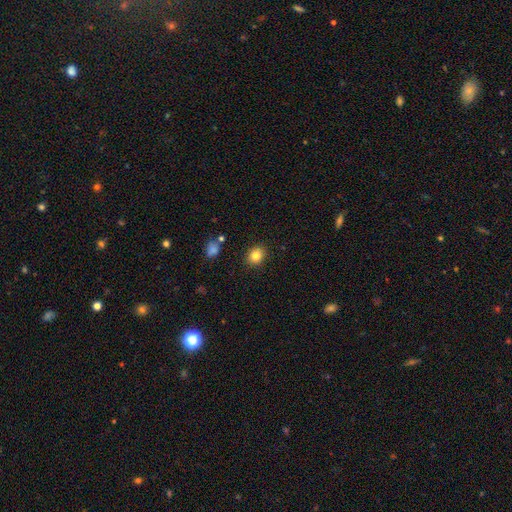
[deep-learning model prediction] A smooth galaxy with no disk features (83%) that is round (67%).

Vote fractions:
- Smooth or featured? smooth: 83% / star or artifact: 10% / featured or disk: 7%
- How rounded? round: 67% / in between: 32% / cigar-shaped: 1%
- Merging? none: 88% / minor disturbance: 8% / major disturbance: 2% / merger: 2%